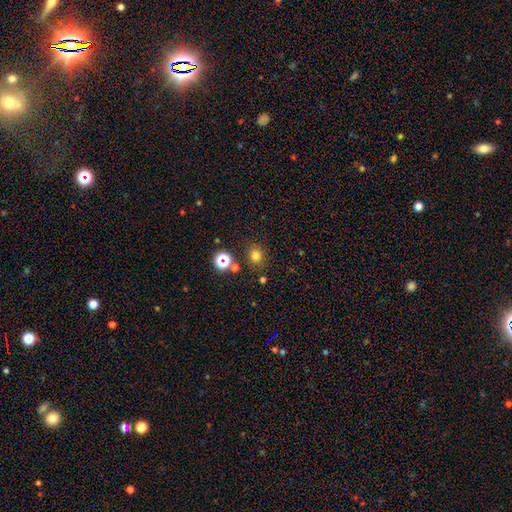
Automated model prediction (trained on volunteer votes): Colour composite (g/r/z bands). It shows a smooth galaxy with no disk features (75%) that is round (83%). Merging: none (81%).